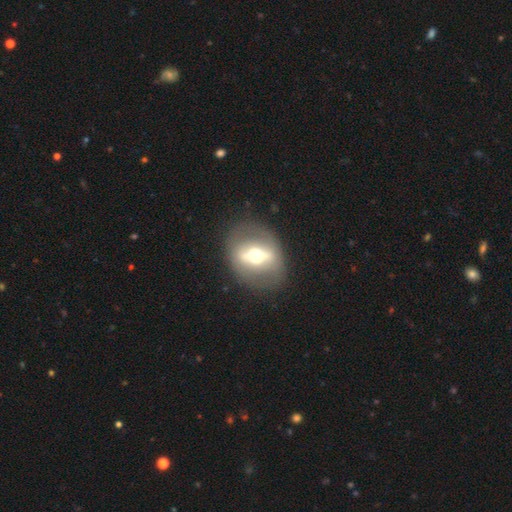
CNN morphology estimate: Smooth or featured? featured or disk (64%)
Edge-on disk? no (75%)
Merging? none (81%)